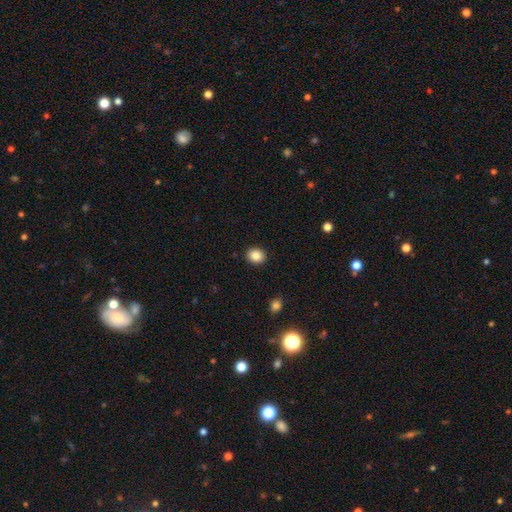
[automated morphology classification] smooth 85%, star or artifact 9%, featured or disk 5%. Down the decision tree: how rounded — round (71%); merging — none (91%).